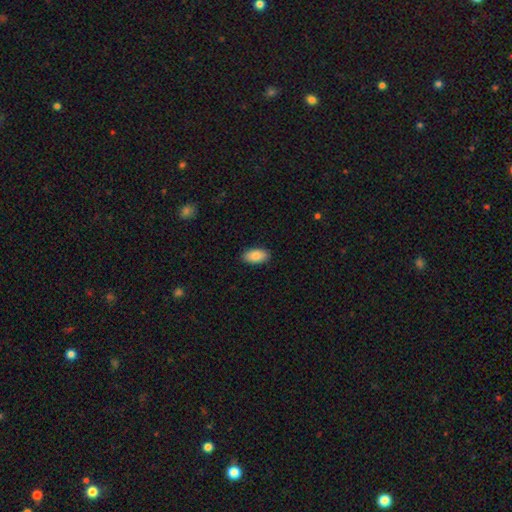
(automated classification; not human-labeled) smooth_or_featured: smooth (p=0.87) [alt: star or artifact p=0.06]
how_rounded: in between (p=0.95) [alt: cigar-shaped p=0.03]
merging: none (p=0.89) [alt: minor disturbance p=0.08]